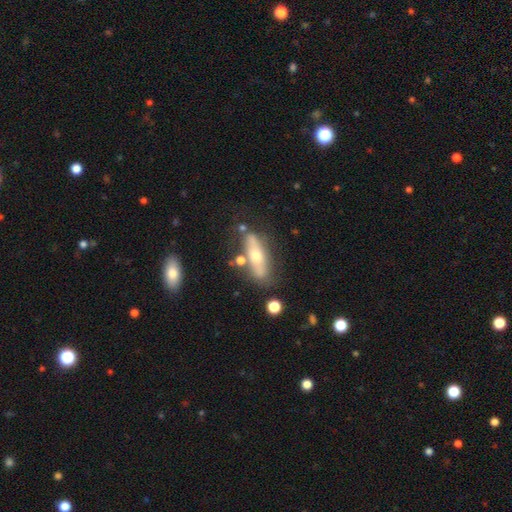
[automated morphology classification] smooth-or-featured: featured or disk: 50% | smooth: 43% | star or artifact: 7%
  disk-edge-on: yes: 55% | no: 45%
  merging: none: 63% | minor disturbance: 19% | merger: 10% | major disturbance: 8%